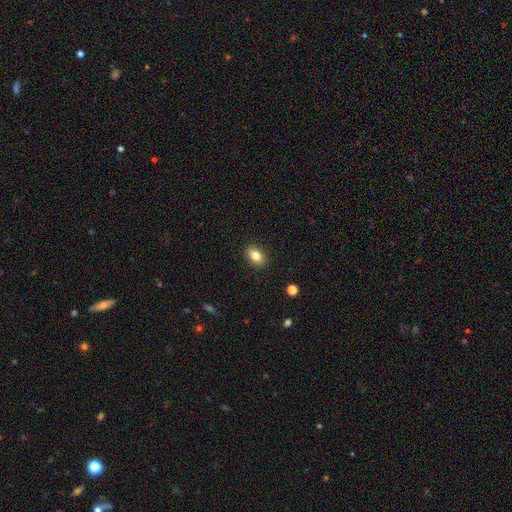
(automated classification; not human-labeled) This appears to be a smooth galaxy with no disk features (82%) that is in between round and cigar-shaped (81%). Merging: none (89%).